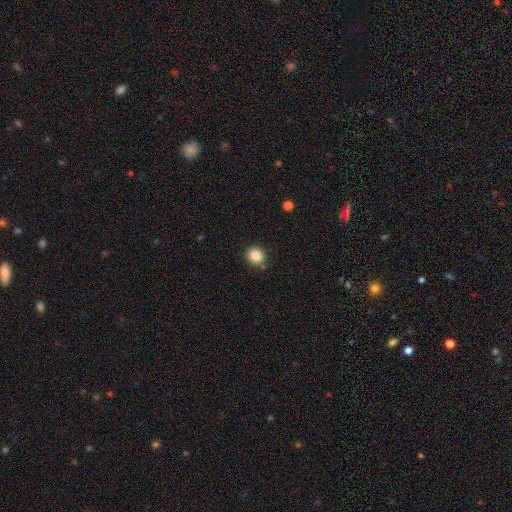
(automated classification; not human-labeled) Smooth or featured? Predicted: smooth (p=0.86). How rounded? Predicted: round (p=0.81). Merging? Predicted: none (p=0.86).